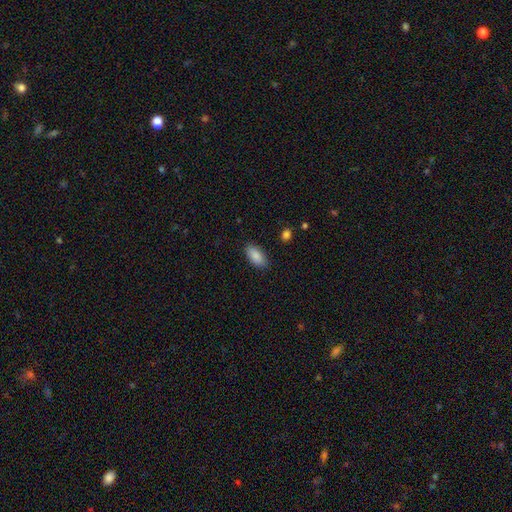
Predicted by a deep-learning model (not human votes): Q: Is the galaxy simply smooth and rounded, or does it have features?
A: smooth — 87%.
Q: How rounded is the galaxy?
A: in between — 90%.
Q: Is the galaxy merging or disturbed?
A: none — 86%.